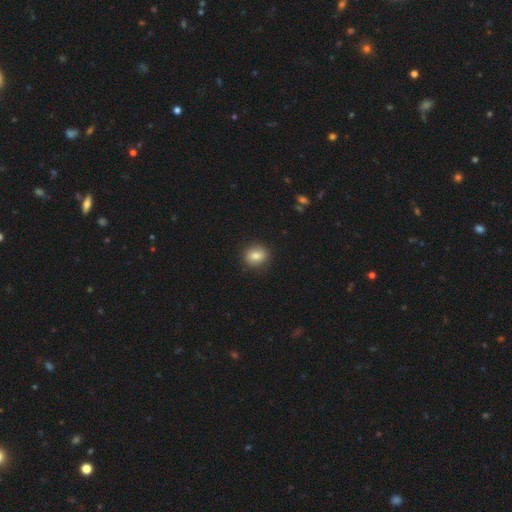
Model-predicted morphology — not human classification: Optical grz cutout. It shows a smooth galaxy with no disk features (82%) that is round (60%). Merging: none (88%).